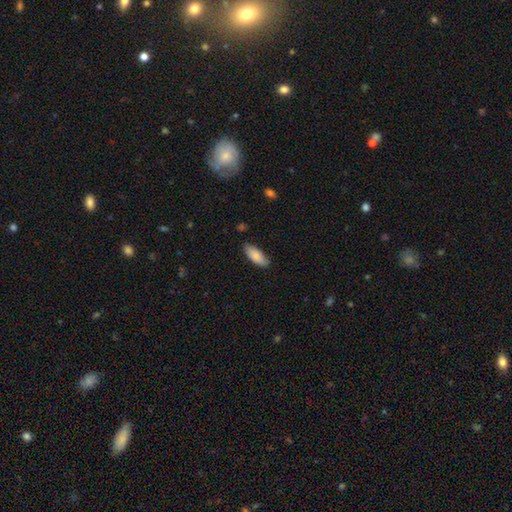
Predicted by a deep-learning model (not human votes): This appears to be a smooth galaxy with no disk features (86%) that is in between round and cigar-shaped (78%). Merging: none (84%).